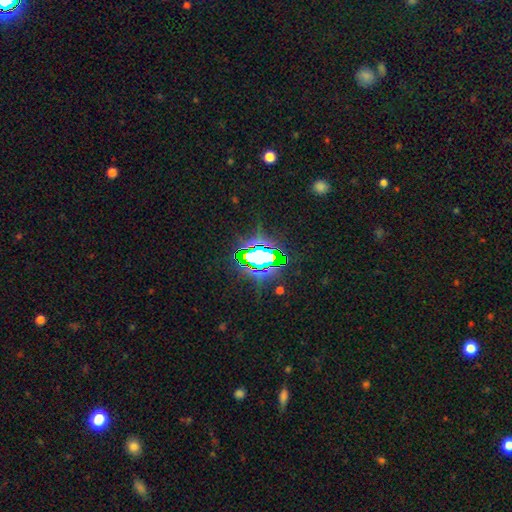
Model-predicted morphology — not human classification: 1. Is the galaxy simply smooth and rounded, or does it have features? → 70% star or artifact, 18% smooth, 12% featured or disk.